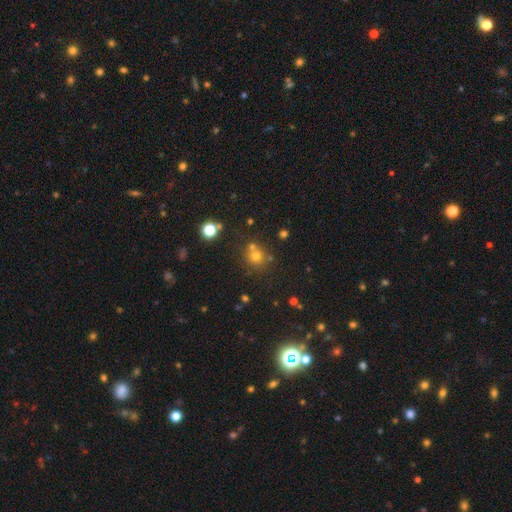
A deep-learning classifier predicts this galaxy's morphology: Overall: smooth (60%; star or artifact 30%). How rounded: round (88%). Merging: none (66%).